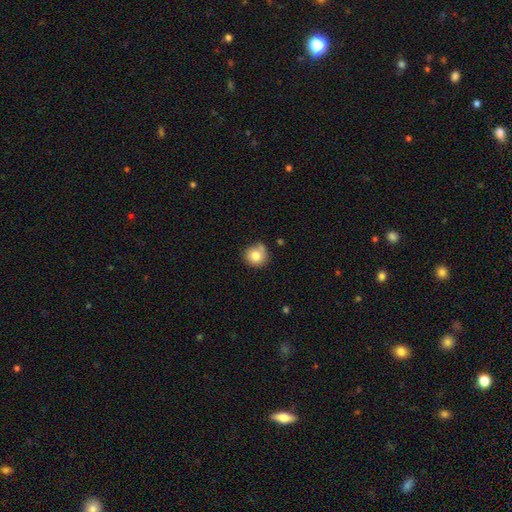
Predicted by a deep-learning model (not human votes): This appears to be a smooth galaxy with no disk features (80%) that is round (91%). Merging: none (67%).